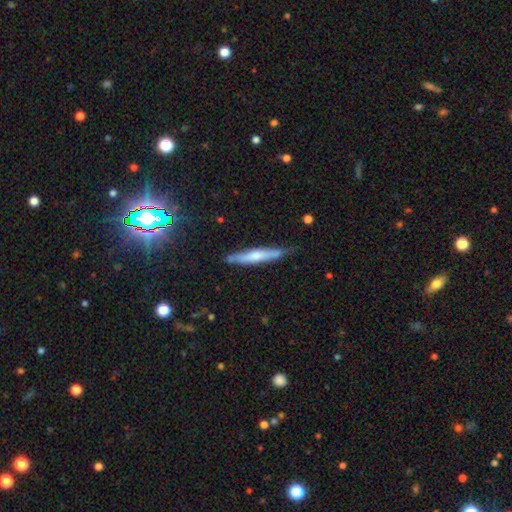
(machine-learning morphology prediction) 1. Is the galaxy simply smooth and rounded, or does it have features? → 48% featured or disk, 45% smooth, 7% star or artifact.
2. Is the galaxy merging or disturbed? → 75% none, 19% minor disturbance, 3% major disturbance, 2% merger.